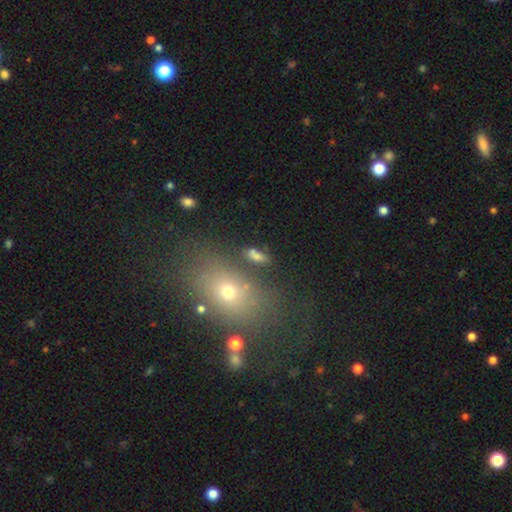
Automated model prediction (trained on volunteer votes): A smooth galaxy with no disk features (71%) that is in between round and cigar-shaped (74%). Merging: none (68%).